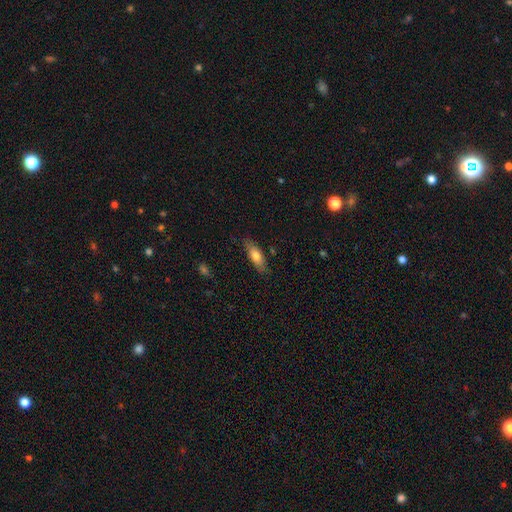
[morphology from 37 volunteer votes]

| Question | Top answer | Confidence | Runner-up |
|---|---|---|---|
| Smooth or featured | smooth | 81% | featured or disk (14%) |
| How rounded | in between | 63% | cigar-shaped (37%) |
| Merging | none | 69% | minor disturbance (26%) |